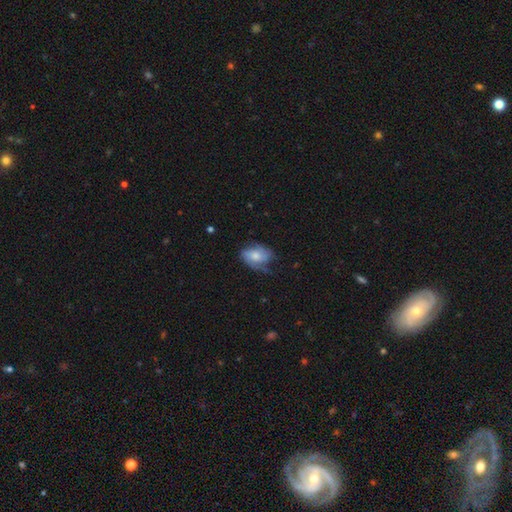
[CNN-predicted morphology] Q: Smooth or featured?
A: featured or disk (54%); runner-up: smooth (39%)
Q: Edge-on disk?
A: no (96%); runner-up: yes (4%)
Q: Bar?
A: no (69%); runner-up: weak (25%)
Q: Spiral arms?
A: yes (85%); runner-up: no (15%)
Q: Bulge size?
A: moderate (52%); runner-up: small (29%)
Q: Merging?
A: none (52%); runner-up: minor disturbance (30%)